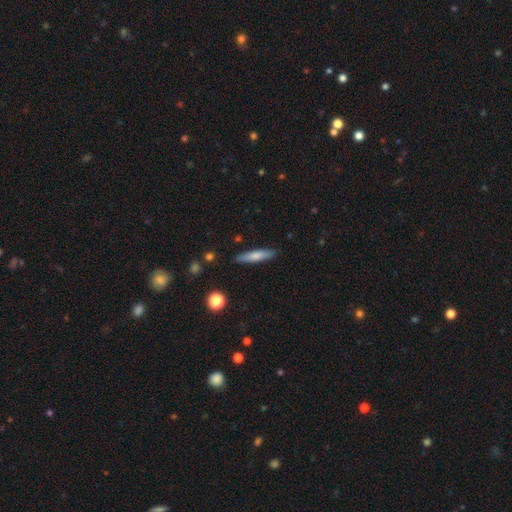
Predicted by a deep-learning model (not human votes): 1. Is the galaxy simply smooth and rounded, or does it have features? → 73% smooth, 21% featured or disk, 6% star or artifact.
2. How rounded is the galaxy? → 84% cigar-shaped, 14% in between, 2% round.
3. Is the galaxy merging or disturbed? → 88% none, 9% minor disturbance, 2% major disturbance, 1% merger.